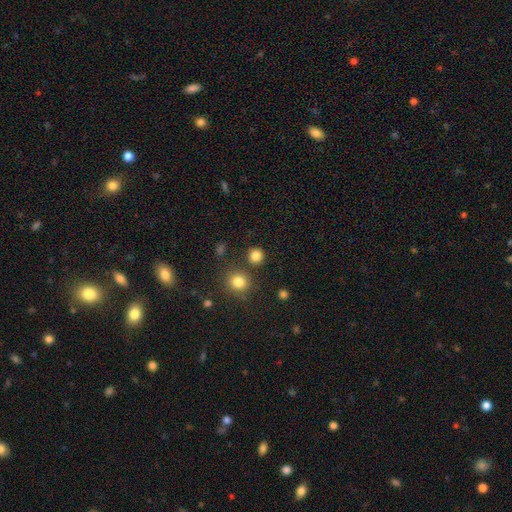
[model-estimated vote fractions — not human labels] Smooth or featured: smooth — 83% (star or artifact — 13%)
How rounded: round — 91% (in between — 8%)
Merging: none — 85% (minor disturbance — 7%)